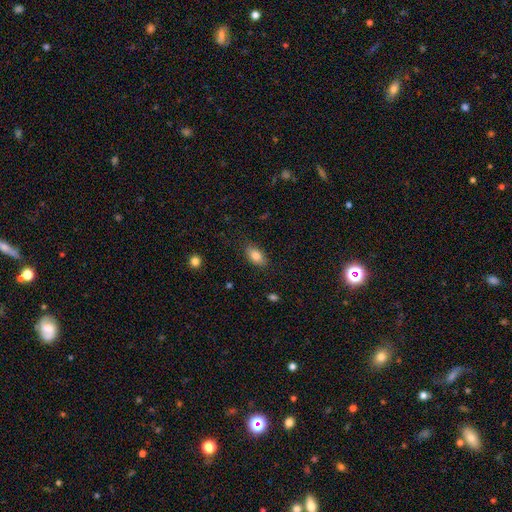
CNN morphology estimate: Smooth or featured? Predicted: smooth (p=0.83). How rounded? Predicted: in between (p=0.90). Merging? Predicted: none (p=0.83).